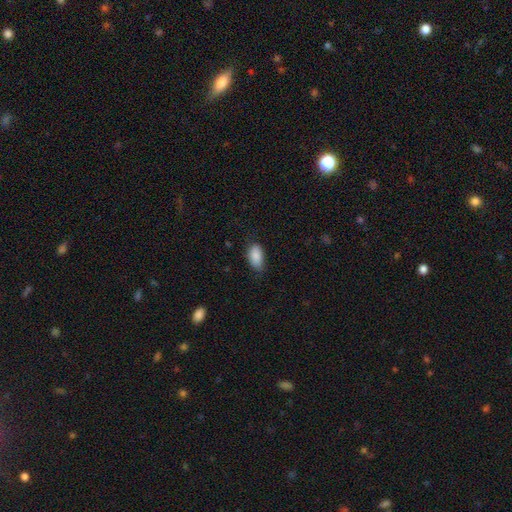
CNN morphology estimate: smooth_or_featured: smooth (p=0.88) [alt: star or artifact p=0.07]
how_rounded: in between (p=0.93) [alt: round p=0.04]
merging: none (p=0.70) [alt: minor disturbance p=0.24]